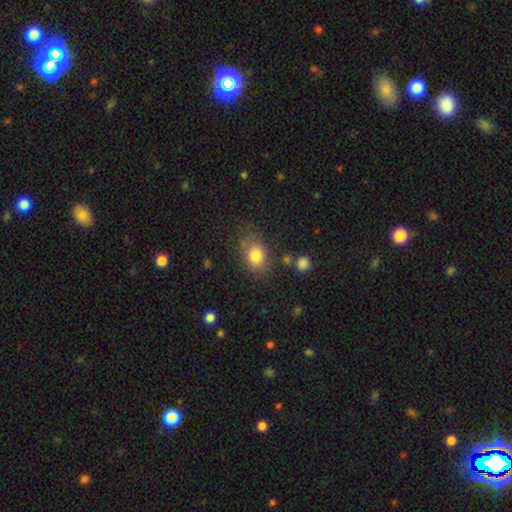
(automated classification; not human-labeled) The model was most divided on "how rounded": in between: 70%, round: 28%, cigar-shaped: 1%. More confident: smooth or featured — smooth (81%); merging — none (69%).